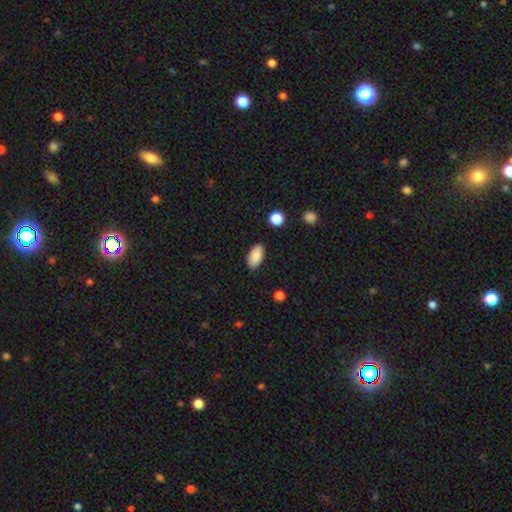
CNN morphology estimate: Smooth or featured? Predicted: smooth (p=0.88). How rounded? Predicted: in between (p=0.93). Merging? Predicted: none (p=0.85).